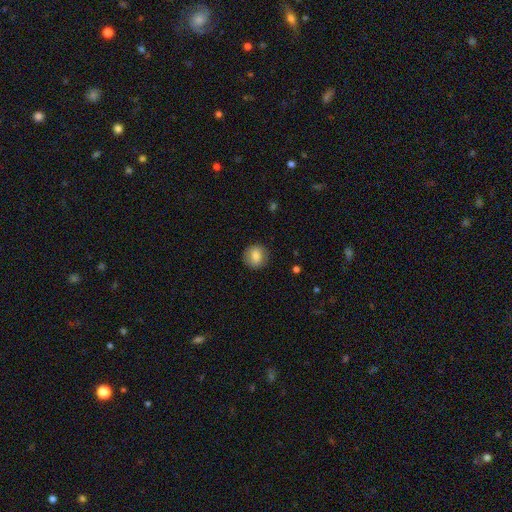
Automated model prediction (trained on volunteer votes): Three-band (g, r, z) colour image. It shows a smooth galaxy with no disk features (80%) that is round (86%). Merging: none (87%).